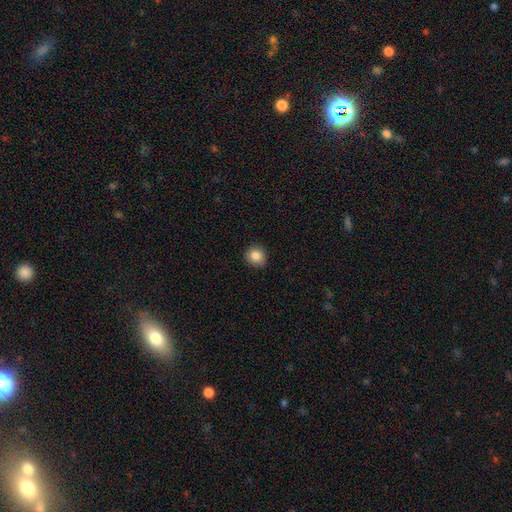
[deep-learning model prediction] smooth 86%, star or artifact 9%, featured or disk 5%. Down the decision tree: how rounded — round (85%); merging — none (86%).